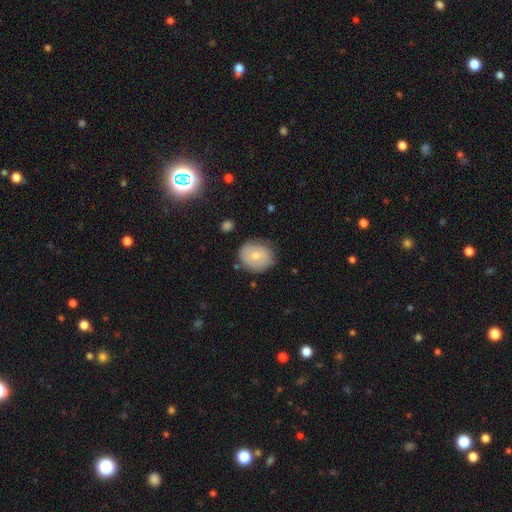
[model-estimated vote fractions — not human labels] Smooth or featured? smooth (66%)
How rounded? round (73%)
Merging? none (74%)